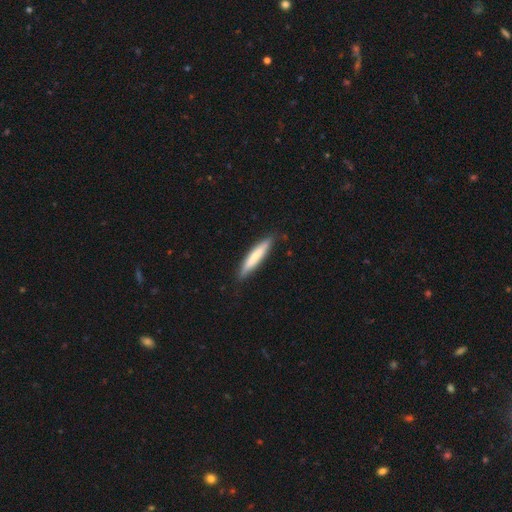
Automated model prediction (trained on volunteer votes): A smooth galaxy with no disk features (68%) that is cigar-shaped (88%). Merging: none (84%).